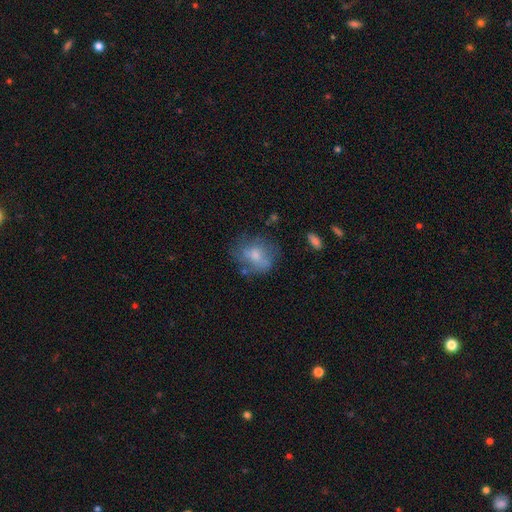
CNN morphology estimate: Overall: smooth (56%; featured or disk 34%). How rounded: round (56%; in between 42%). Merging: none (54%; minor disturbance 25%).